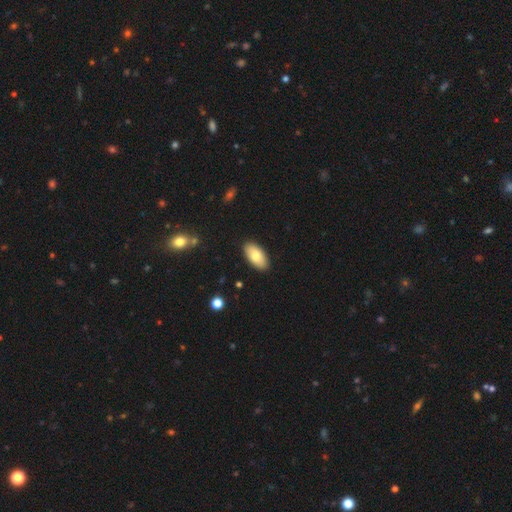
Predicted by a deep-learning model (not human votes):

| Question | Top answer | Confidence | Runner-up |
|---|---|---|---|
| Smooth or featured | smooth | 78% | featured or disk (16%) |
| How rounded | in between | 93% | cigar-shaped (5%) |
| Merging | none | 89% | minor disturbance (8%) |